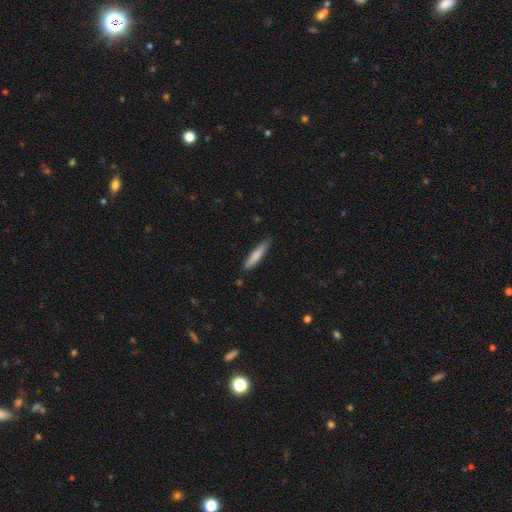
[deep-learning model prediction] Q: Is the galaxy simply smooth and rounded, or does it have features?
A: smooth — 78%.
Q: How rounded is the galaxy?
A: cigar-shaped — 90%.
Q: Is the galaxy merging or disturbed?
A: none — 85%.